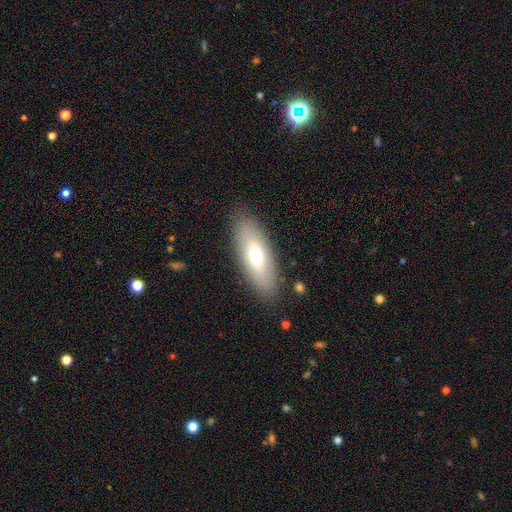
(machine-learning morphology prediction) type=smooth (66%); roundness=in between (68%); merging=none (87%).